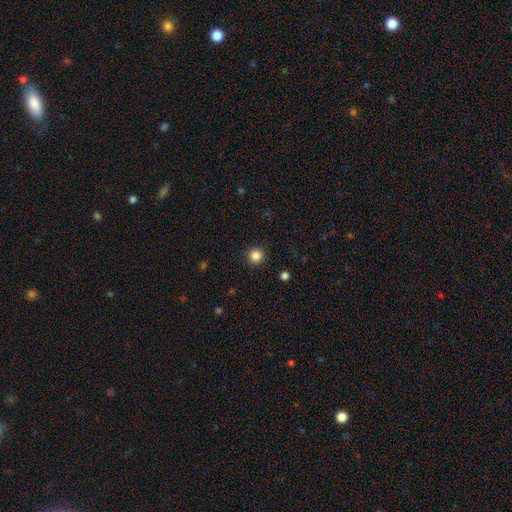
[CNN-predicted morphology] Smooth or featured: smooth — 85% (star or artifact — 11%)
How rounded: round — 95% (in between — 4%)
Merging: none — 92% (minor disturbance — 5%)